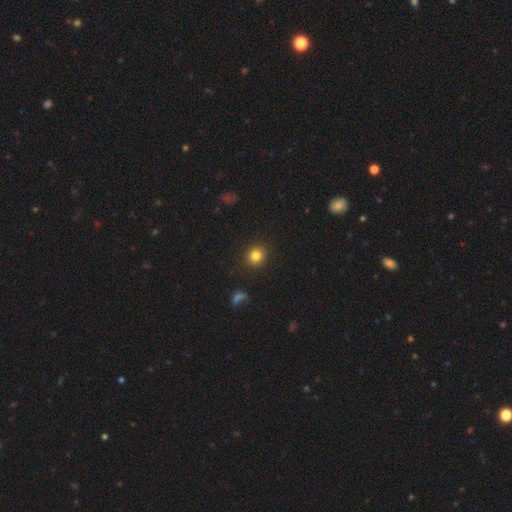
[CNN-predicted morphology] Overall: smooth (82%). How rounded: round (89%). Merging: none (91%).